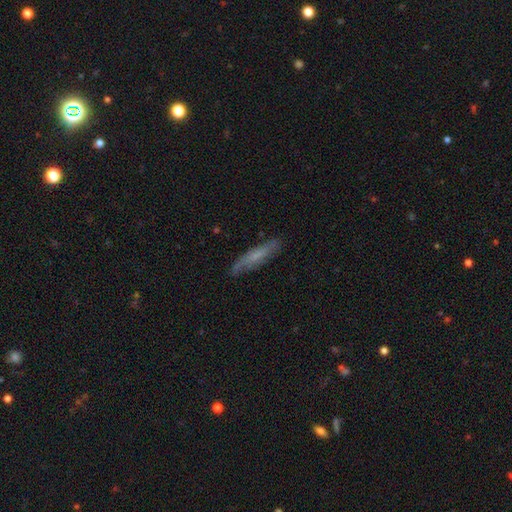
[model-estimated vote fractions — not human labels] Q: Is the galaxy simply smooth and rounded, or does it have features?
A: smooth — 48%.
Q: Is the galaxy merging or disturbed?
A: none — 79%.